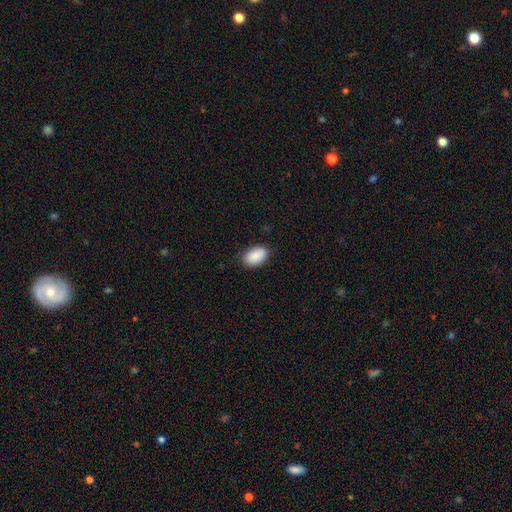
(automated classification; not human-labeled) This is clearly a smooth galaxy (89%). How rounded: clearly in between (92%). Merging: clearly none (83%).